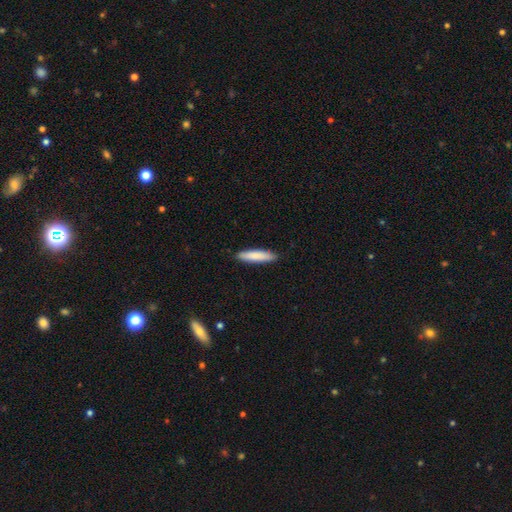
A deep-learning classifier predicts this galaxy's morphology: A smooth galaxy with no disk features (83%) that is cigar-shaped (80%). Merging: none (89%).